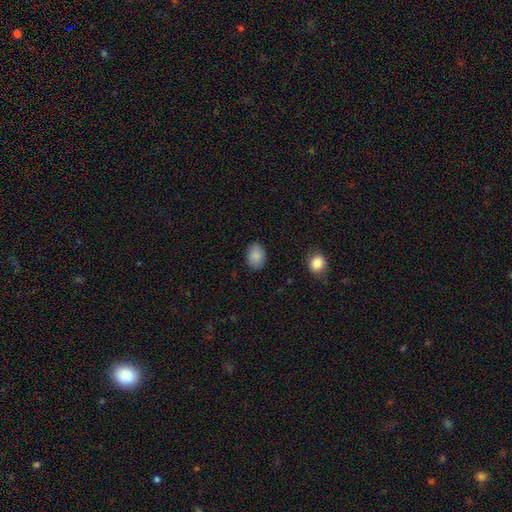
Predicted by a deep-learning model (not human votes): Smooth or featured? smooth (88%)
How rounded? in between (74%)
Merging? none (84%)